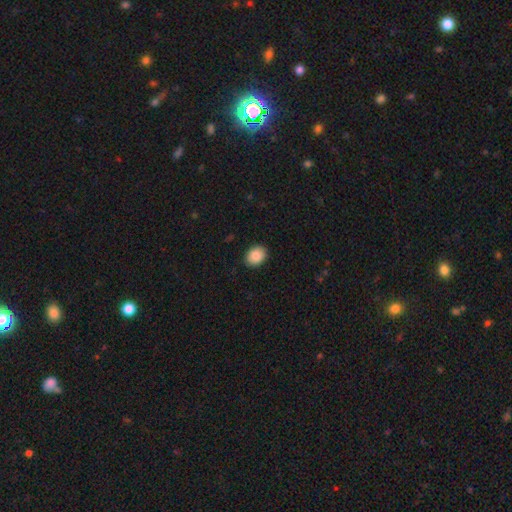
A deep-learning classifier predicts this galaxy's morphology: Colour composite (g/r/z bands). It shows a smooth galaxy with no disk features (87%) that is in between round and cigar-shaped (56%). Merging: none (89%).